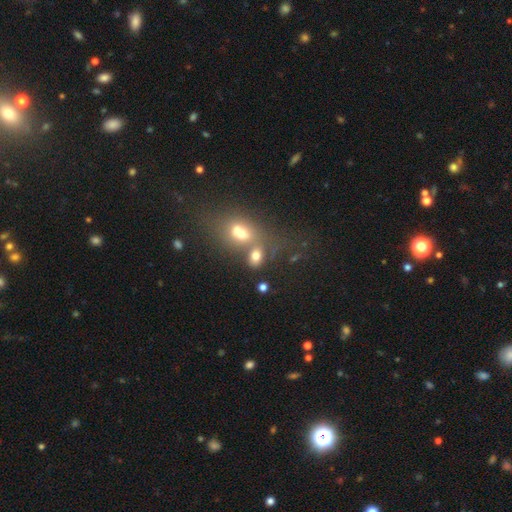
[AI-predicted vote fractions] smooth-or-featured: smooth: 70% | featured or disk: 16% | star or artifact: 15%
  how-rounded: in between: 71% | round: 27% | cigar-shaped: 2%
  merging: merger: 48% | none: 36% | minor disturbance: 10% | major disturbance: 6%